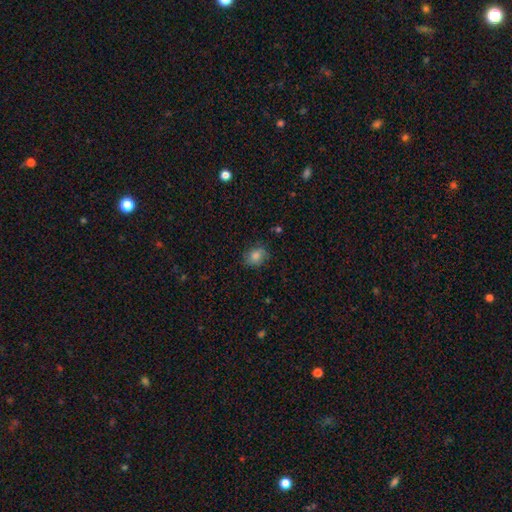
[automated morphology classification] smooth 78%, star or artifact 11%, featured or disk 11%. Down the decision tree: how rounded — in between (52%); merging — none (77%).